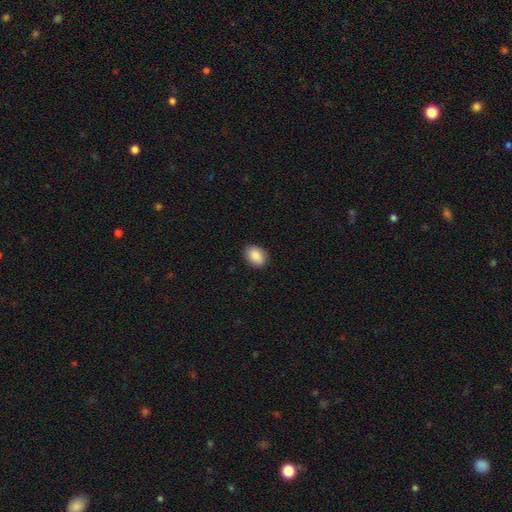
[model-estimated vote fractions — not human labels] Q: Smooth or featured?
A: smooth (89%); runner-up: star or artifact (7%)
Q: How rounded?
A: in between (74%); runner-up: round (25%)
Q: Merging?
A: none (88%); runner-up: minor disturbance (9%)